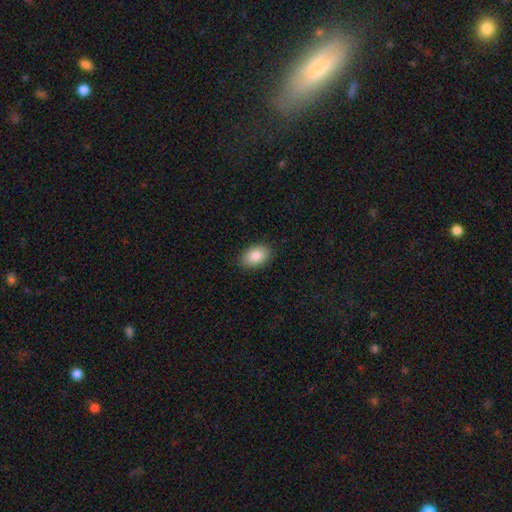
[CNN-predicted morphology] This appears to be a smooth galaxy with no disk features (86%) that is in between round and cigar-shaped (87%). Merging: none (87%).